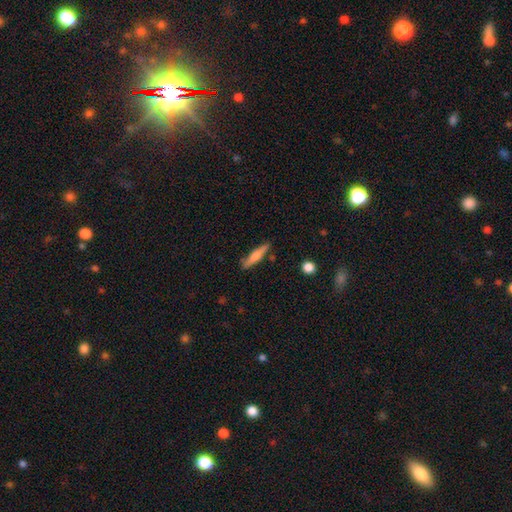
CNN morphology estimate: A smooth galaxy with no disk features (62%) that is cigar-shaped (86%). Merging: none (83%).